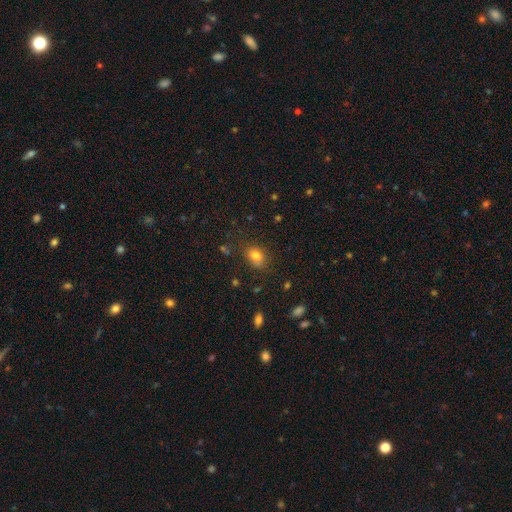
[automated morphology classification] Smooth or featured? smooth (80%)
How rounded? in between (70%)
Merging? none (74%)